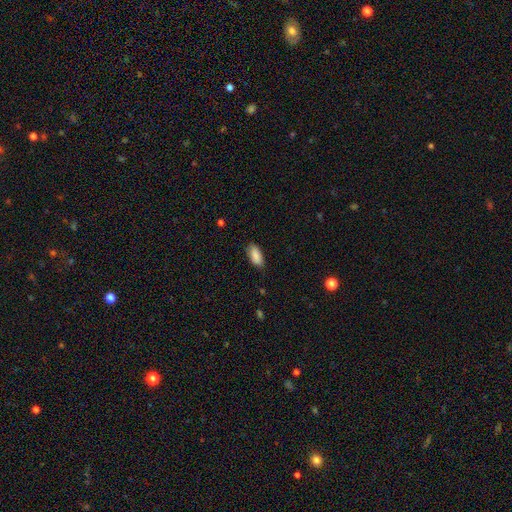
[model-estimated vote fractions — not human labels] Smooth or featured: smooth — 90% (star or artifact — 6%)
How rounded: in between — 90% (cigar-shaped — 8%)
Merging: none — 85% (minor disturbance — 12%)